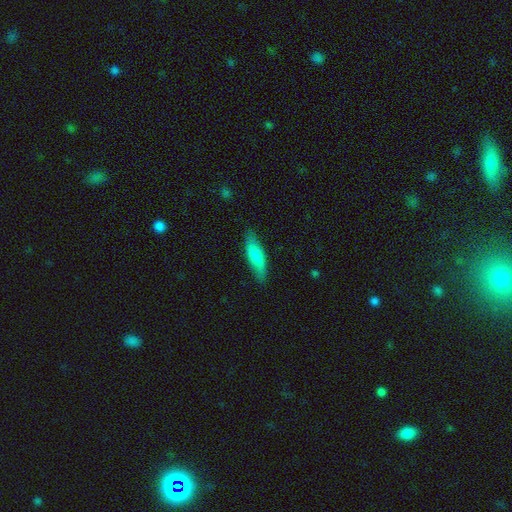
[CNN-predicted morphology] Q: Smooth or featured?
A: smooth (76%); runner-up: featured or disk (18%)
Q: How rounded?
A: cigar-shaped (62%); runner-up: in between (36%)
Q: Merging?
A: none (80%); runner-up: minor disturbance (16%)